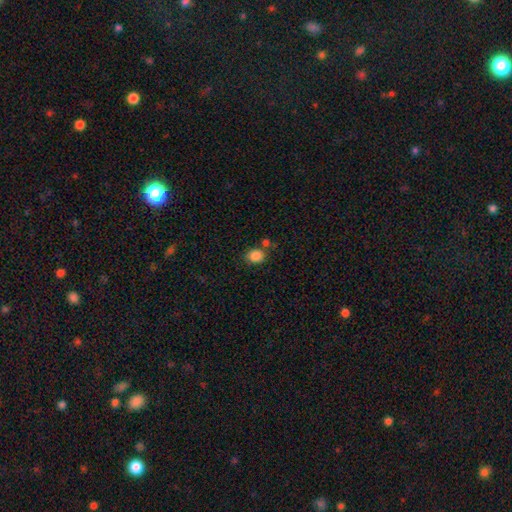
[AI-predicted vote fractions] A smooth galaxy with no disk features (87%) that is round (55%). Merging: none (72%).